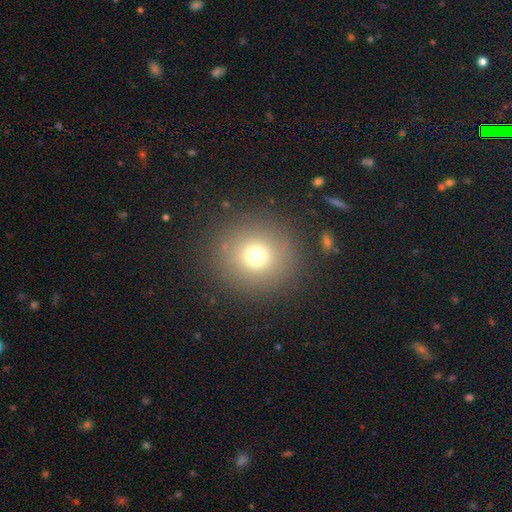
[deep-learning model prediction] Q: Smooth or featured?
A: smooth (71%); runner-up: star or artifact (18%)
Q: How rounded?
A: round (93%); runner-up: in between (6%)
Q: Merging?
A: none (88%); runner-up: minor disturbance (7%)